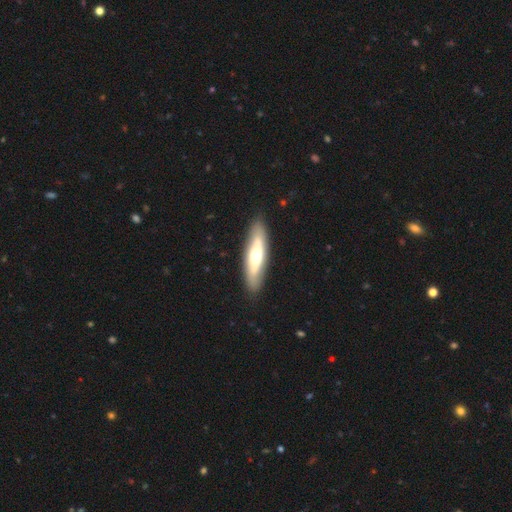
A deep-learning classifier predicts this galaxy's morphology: Smooth or featured? featured or disk (49%)
Merging? none (87%)